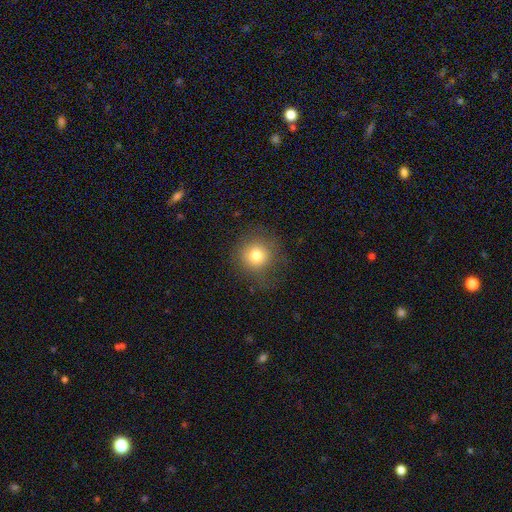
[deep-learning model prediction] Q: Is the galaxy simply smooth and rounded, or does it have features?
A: smooth — 77%.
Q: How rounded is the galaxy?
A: round — 92%.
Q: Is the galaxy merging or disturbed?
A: none — 79%.